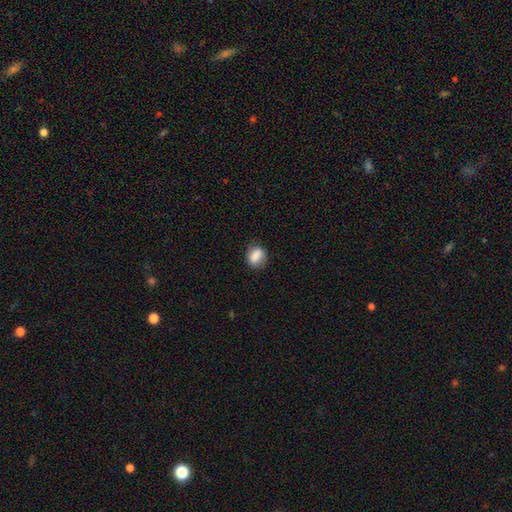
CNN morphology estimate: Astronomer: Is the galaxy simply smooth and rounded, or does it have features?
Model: smooth — 83%.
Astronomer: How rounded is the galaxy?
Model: in between — 55% (runner-up: round, 43%).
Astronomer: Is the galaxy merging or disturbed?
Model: none — 77%.